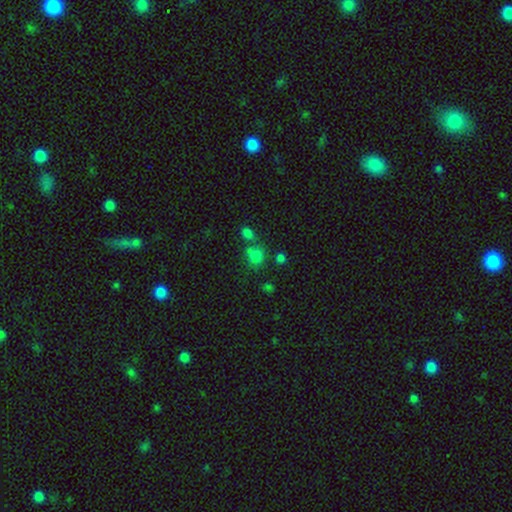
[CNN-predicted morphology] The model was most divided on "merging": none: 55%, merger: 26%, minor disturbance: 13%, major disturbance: 6%. More confident: smooth or featured — smooth (76%); how rounded — round (72%).